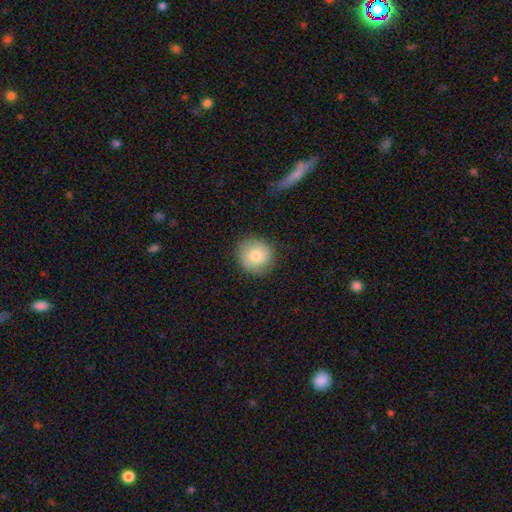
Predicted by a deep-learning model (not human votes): smooth_or_featured: smooth (p=0.71) [alt: featured or disk p=0.21]
how_rounded: round (p=0.89) [alt: in between p=0.10]
merging: none (p=0.81) [alt: minor disturbance p=0.14]